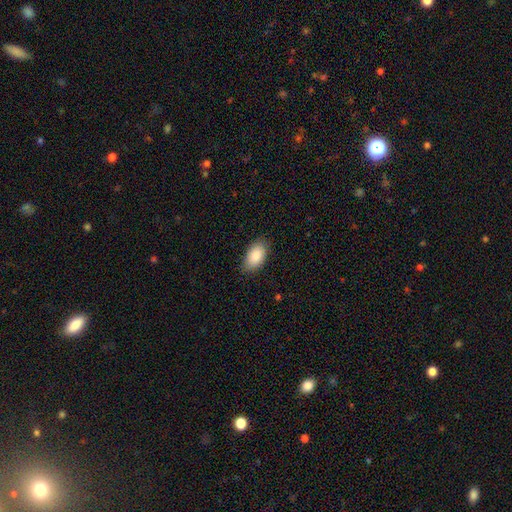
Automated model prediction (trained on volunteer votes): Smooth or featured? smooth (86%)
How rounded? in between (94%)
Merging? none (84%)